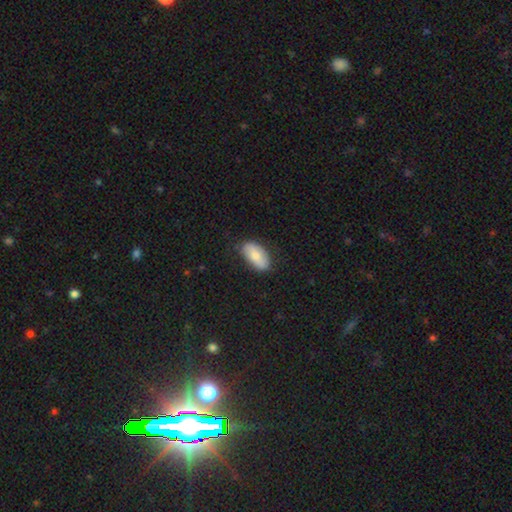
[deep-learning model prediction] This is likely a smooth galaxy (75%). How rounded: clearly in between (92%). Merging: likely none (78%).